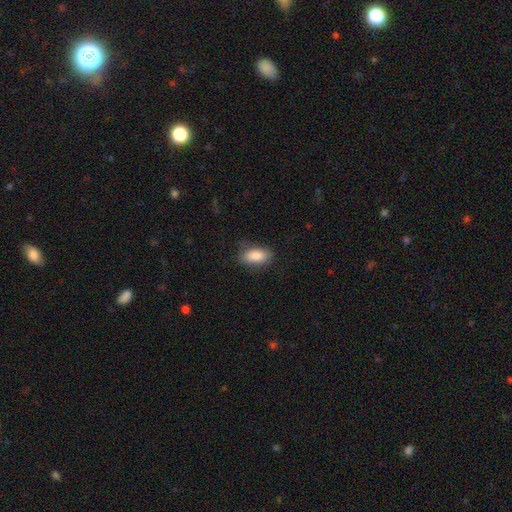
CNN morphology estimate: A smooth galaxy with no disk features (86%) that is in between round and cigar-shaped (91%). Merging: none (79%).